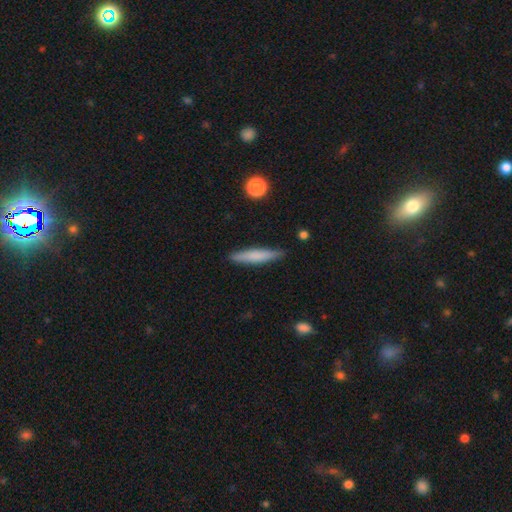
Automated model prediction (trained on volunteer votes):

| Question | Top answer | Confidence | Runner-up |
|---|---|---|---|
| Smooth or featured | smooth | 71% | featured or disk (23%) |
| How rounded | cigar-shaped | 91% | in between (8%) |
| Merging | none | 88% | minor disturbance (9%) |